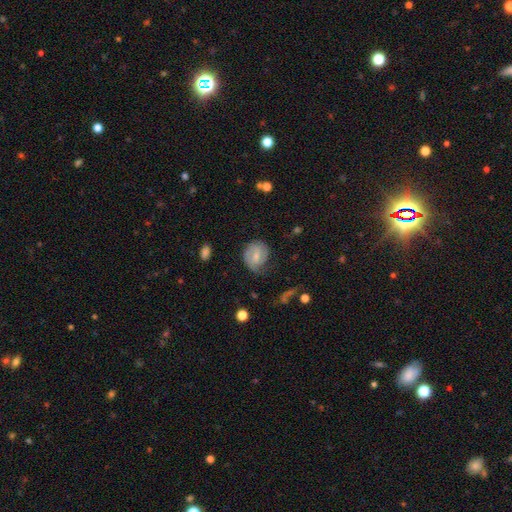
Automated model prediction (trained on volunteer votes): A featured or disk galaxy (50%). Merging: none (60%).